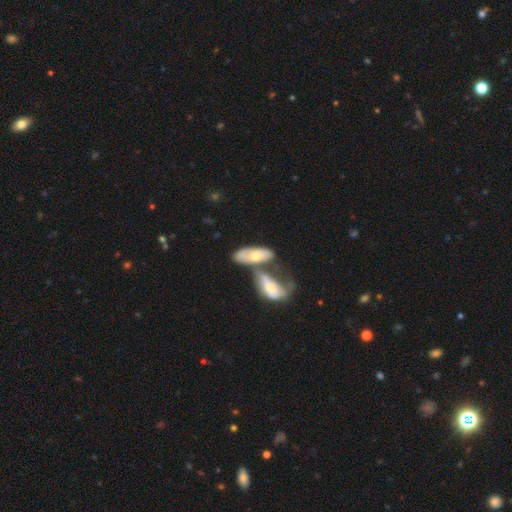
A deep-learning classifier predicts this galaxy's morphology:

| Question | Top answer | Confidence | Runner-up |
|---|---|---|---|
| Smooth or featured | smooth | 55% | featured or disk (39%) |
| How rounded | in between | 79% | cigar-shaped (19%) |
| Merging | merger | 56% | none (26%) |